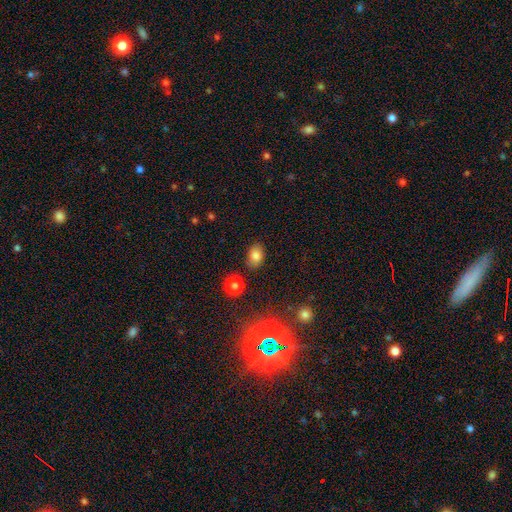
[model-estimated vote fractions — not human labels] smooth 81%, star or artifact 11%, featured or disk 8%. Down the decision tree: how rounded — in between (80%); merging — none (82%).